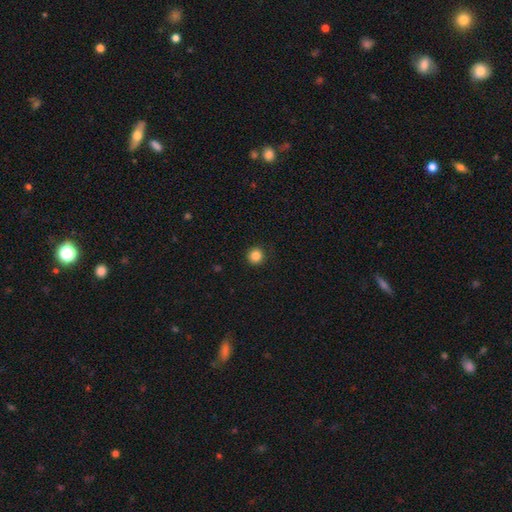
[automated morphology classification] A smooth galaxy with no disk features (85%) that is round (94%). Merging: none (91%).